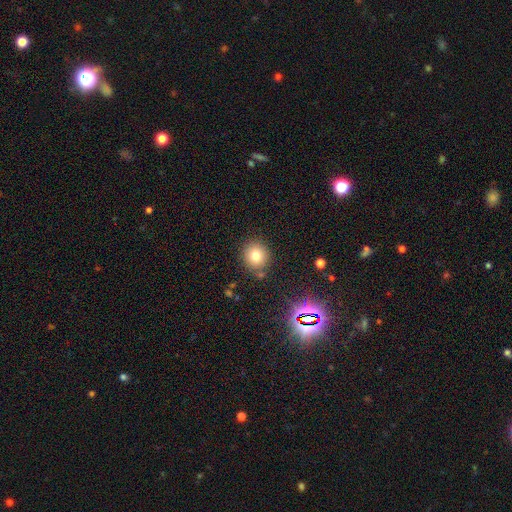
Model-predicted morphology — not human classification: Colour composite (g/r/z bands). It shows a smooth galaxy with no disk features (76%) that is round (85%). Merging: none (83%).